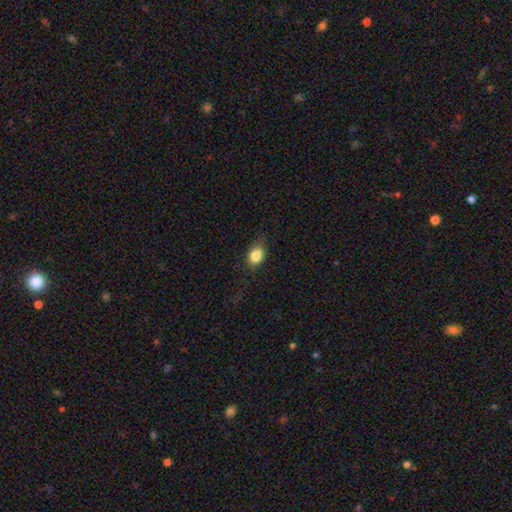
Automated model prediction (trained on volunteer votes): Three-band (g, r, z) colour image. It shows a smooth galaxy with no disk features (82%) that is in between round and cigar-shaped (65%). Merging: none (71%).